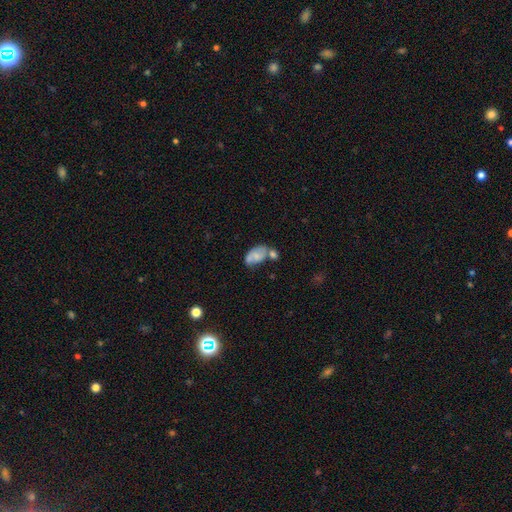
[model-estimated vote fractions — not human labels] Smooth or featured: smooth — 62% (featured or disk — 29%)
How rounded: in between — 92% (round — 6%)
Merging: merger — 38% (none — 30%)